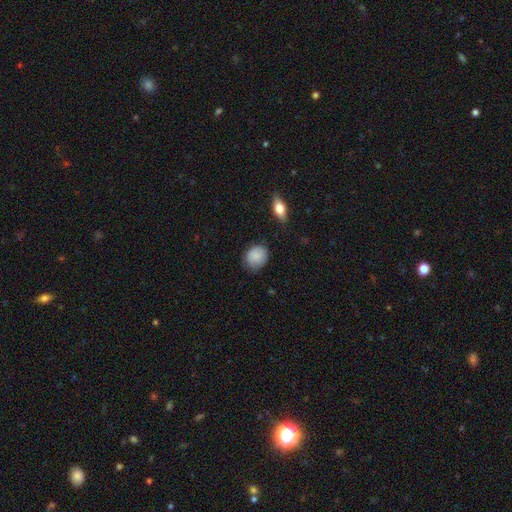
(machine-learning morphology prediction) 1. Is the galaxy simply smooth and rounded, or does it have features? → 85% smooth, 8% featured or disk, 7% star or artifact.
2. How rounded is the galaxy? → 62% round, 37% in between, 1% cigar-shaped.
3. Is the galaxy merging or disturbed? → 72% none, 22% minor disturbance, 4% major disturbance, 1% merger.